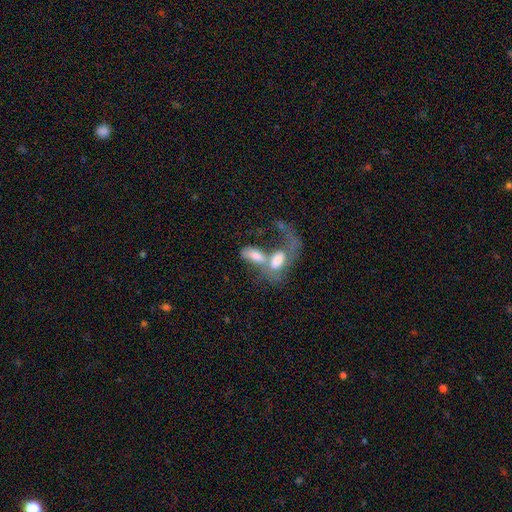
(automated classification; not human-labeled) A smooth galaxy with no disk features (57%) that is in between round and cigar-shaped (82%). Merging: merger (73%).